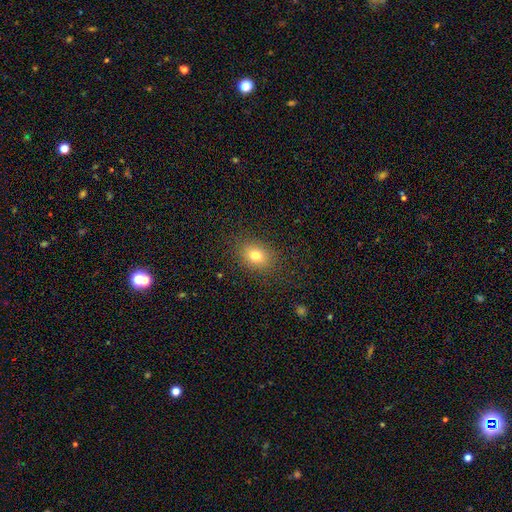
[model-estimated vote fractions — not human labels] Smooth or featured? Predicted: smooth (p=0.77). How rounded? Predicted: in between (p=0.63). Merging? Predicted: none (p=0.86).